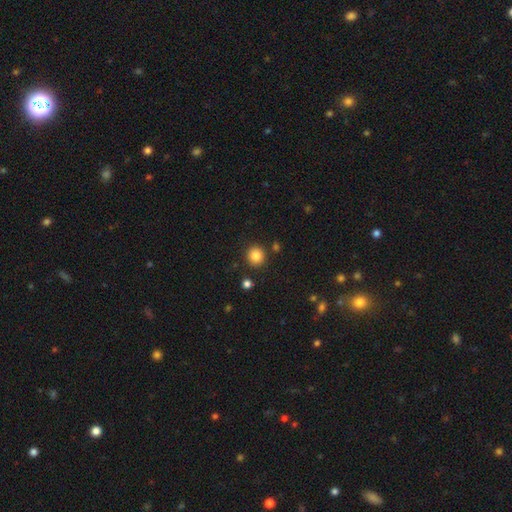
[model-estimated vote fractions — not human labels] smooth 86%, star or artifact 10%, featured or disk 4%. Down the decision tree: how rounded — round (92%); merging — none (88%).